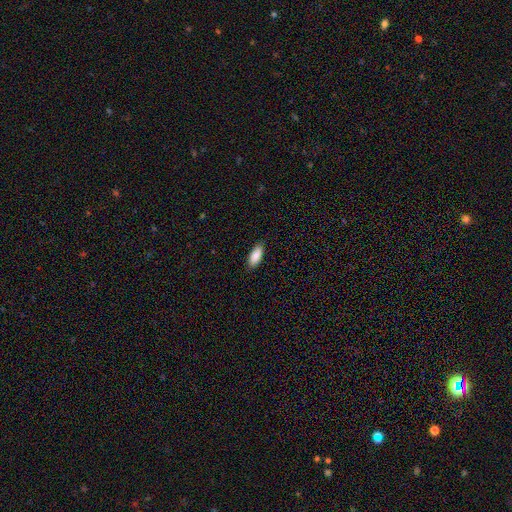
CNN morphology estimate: smooth-or-featured: smooth: 89% | star or artifact: 6% | featured or disk: 5%
  how-rounded: in between: 81% | cigar-shaped: 17% | round: 2%
  merging: none: 86% | minor disturbance: 11% | major disturbance: 2% | merger: 1%